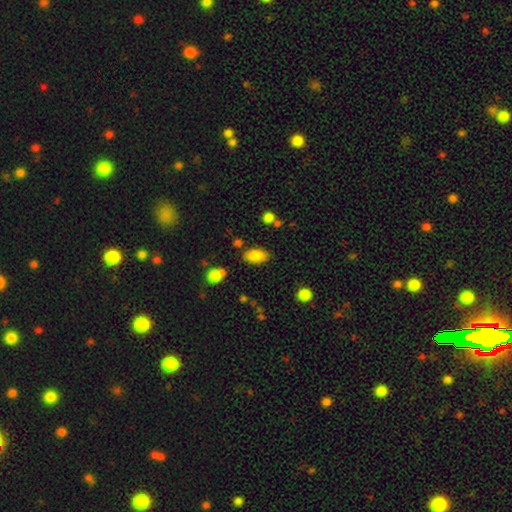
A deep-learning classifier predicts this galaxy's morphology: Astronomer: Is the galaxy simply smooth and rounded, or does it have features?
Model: smooth — 84%.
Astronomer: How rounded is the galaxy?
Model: in between — 92%.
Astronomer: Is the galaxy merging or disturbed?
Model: none — 78%.